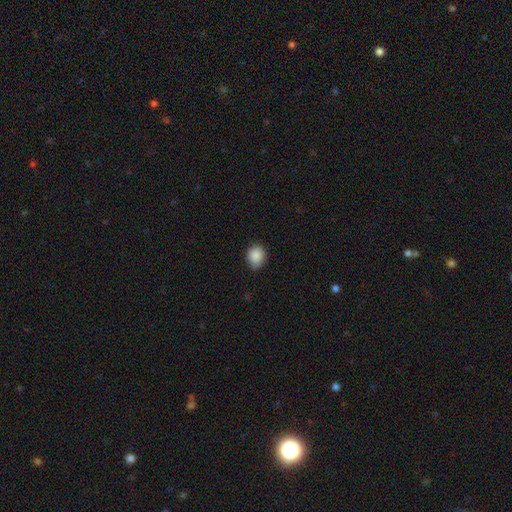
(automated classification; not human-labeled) This appears to be a smooth galaxy with no disk features (88%) that is round (59%). Merging: none (73%).